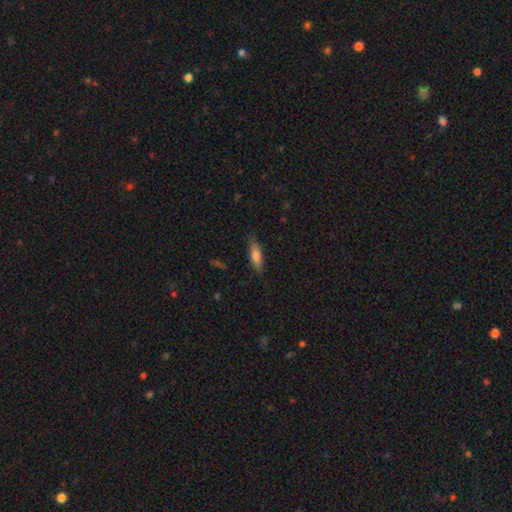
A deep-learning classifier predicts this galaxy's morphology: smooth 71%, featured or disk 21%, star or artifact 7%. Down the decision tree: how rounded — cigar-shaped (59%); merging — none (81%).